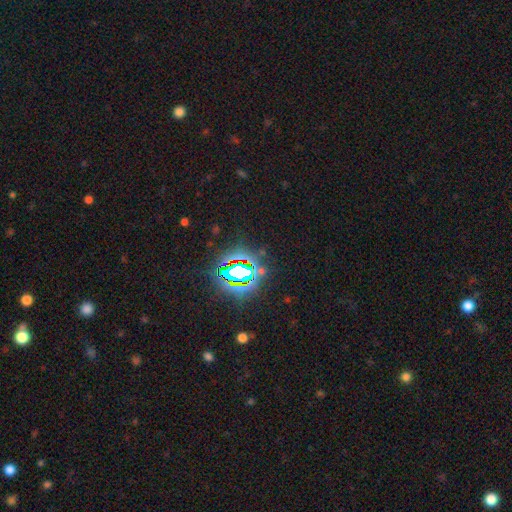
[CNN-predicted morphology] Q: Smooth or featured?
A: star or artifact (83%); runner-up: smooth (11%)